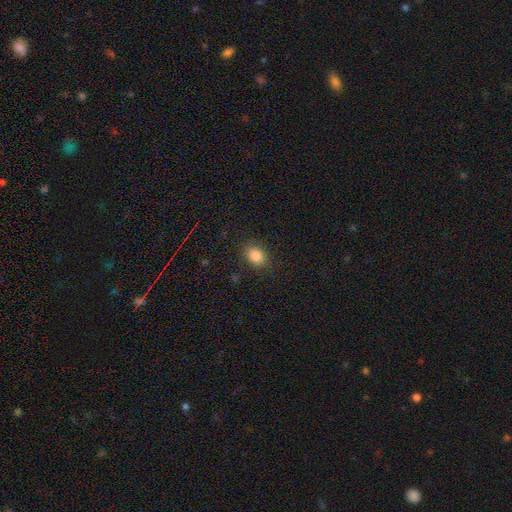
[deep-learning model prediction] smooth_or_featured: smooth (p=0.85) [alt: star or artifact p=0.10]
how_rounded: in between (p=0.63) [alt: round p=0.36]
merging: none (p=0.83) [alt: minor disturbance p=0.12]